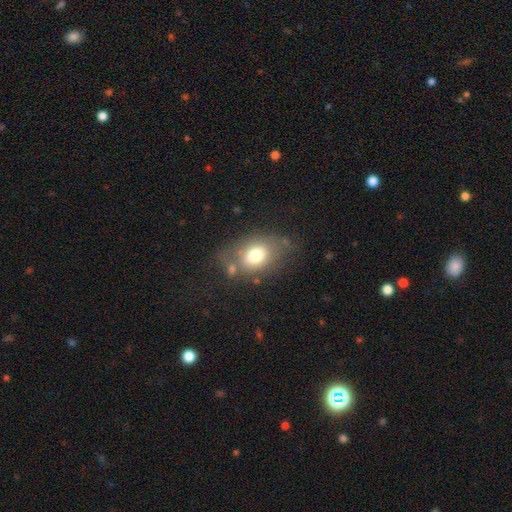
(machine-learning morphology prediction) Smooth or featured? Predicted: smooth (p=0.72). How rounded? Predicted: in between (p=0.72). Merging? Predicted: none (p=0.62).